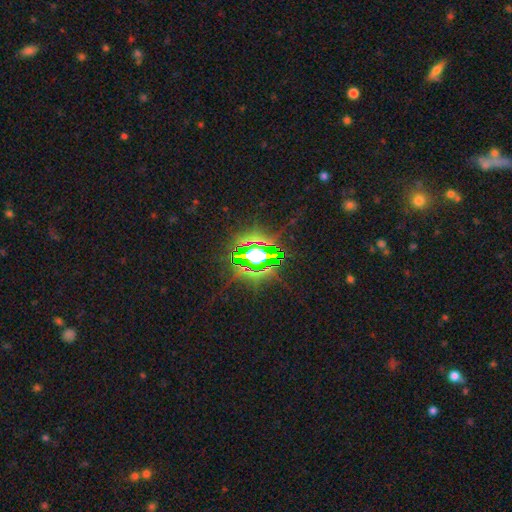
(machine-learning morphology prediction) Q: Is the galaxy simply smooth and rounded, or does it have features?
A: star or artifact — 78%.